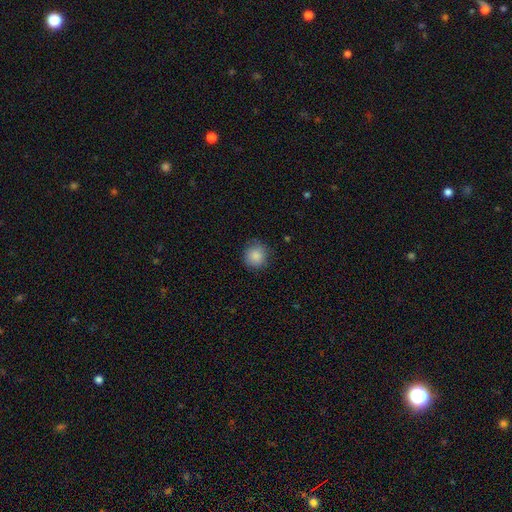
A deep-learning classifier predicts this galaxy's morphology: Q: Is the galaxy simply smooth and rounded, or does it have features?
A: smooth — 87%.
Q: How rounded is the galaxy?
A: round — 92%.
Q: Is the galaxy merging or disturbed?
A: none — 84%.